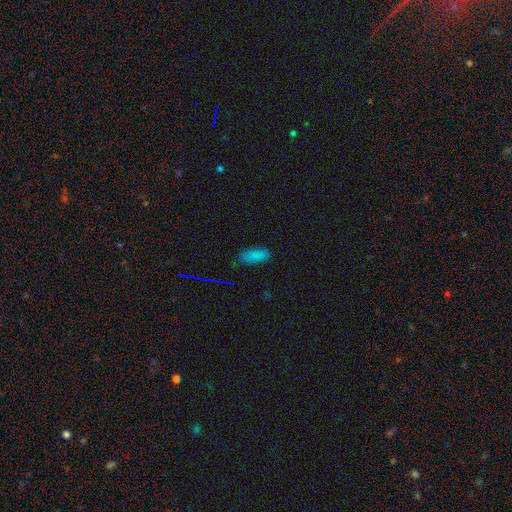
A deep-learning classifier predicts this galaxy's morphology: Smooth or featured? Predicted: smooth (p=0.81). How rounded? Predicted: in between (p=0.81). Merging? Predicted: none (p=0.82).